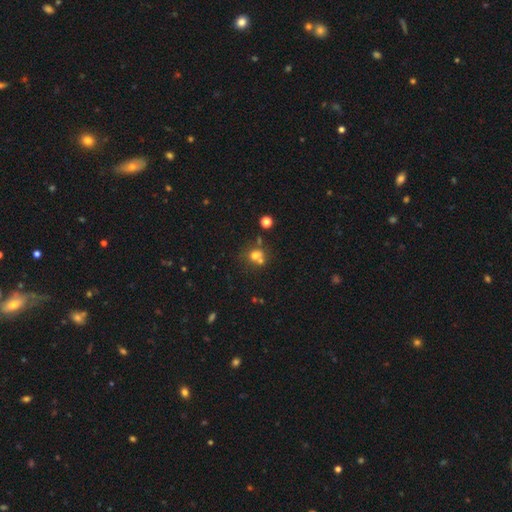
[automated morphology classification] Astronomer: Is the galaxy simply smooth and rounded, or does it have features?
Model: smooth — 65%.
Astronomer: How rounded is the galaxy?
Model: round — 75%.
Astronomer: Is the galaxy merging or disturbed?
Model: none — 43% (runner-up: merger, 41%).